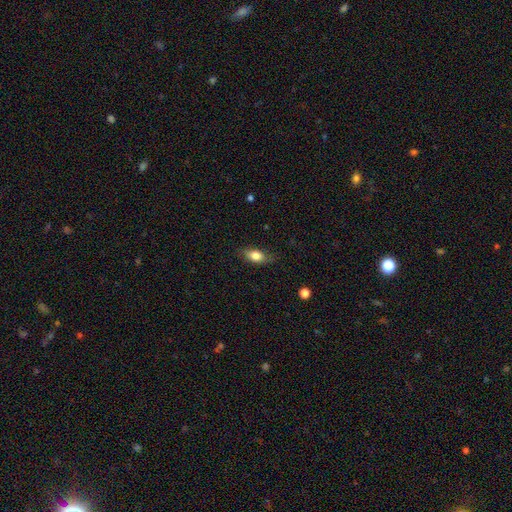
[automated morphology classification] Overall: smooth (77%). How rounded: in between (81%). Merging: none (74%).